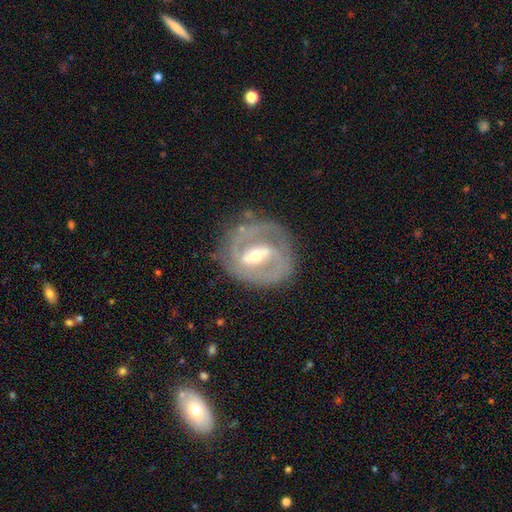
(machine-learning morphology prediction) This is clearly a featured or disk galaxy (84%). It is clearly not viewed edge-on (96%). Bar: possibly strong (50%). Spiral arm pattern: clearly yes (84%). Spiral arm count: likely 2 (76%). Spiral winding: possibly tight (45%). Central bulge: possibly moderate (57%). Merging: likely none (74%).